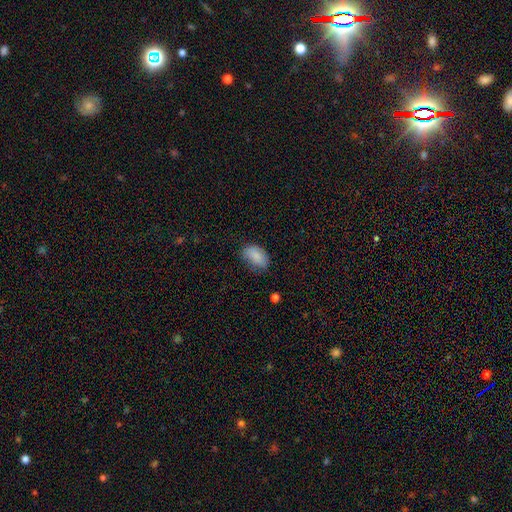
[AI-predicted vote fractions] A smooth galaxy with no disk features (85%) that is in between round and cigar-shaped (90%).

Vote fractions:
- Smooth or featured? smooth: 85% / star or artifact: 7% / featured or disk: 7%
- How rounded? in between: 90% / round: 8% / cigar-shaped: 2%
- Merging? none: 65% / minor disturbance: 27% / major disturbance: 6% / merger: 2%